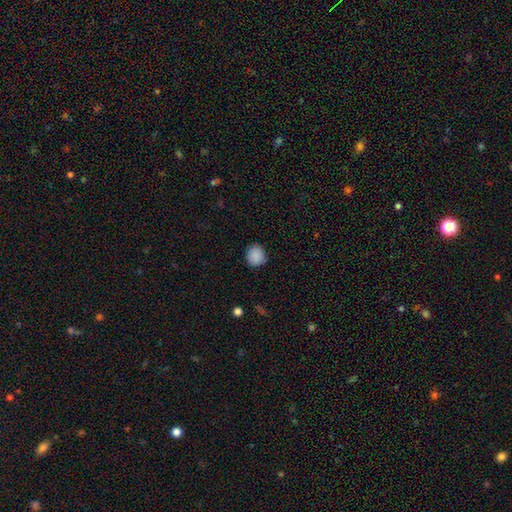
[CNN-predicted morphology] The model was most divided on "how rounded": round: 74%, in between: 25%, cigar-shaped: 1%. More confident: smooth or featured — smooth (89%); merging — none (85%).